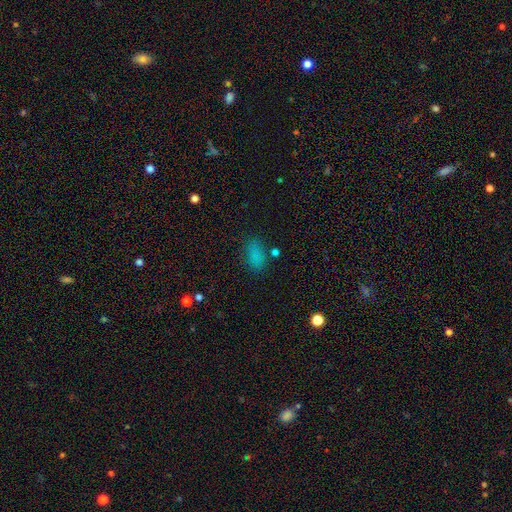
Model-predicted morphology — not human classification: Smooth or featured? smooth (78%)
How rounded? in between (89%)
Merging? none (76%)